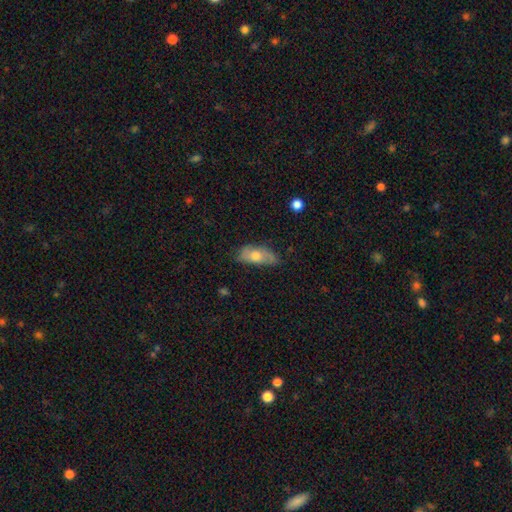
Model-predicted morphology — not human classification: This appears to be a smooth galaxy with no disk features (59%) that is in between round and cigar-shaped (82%). Merging: none (65%).